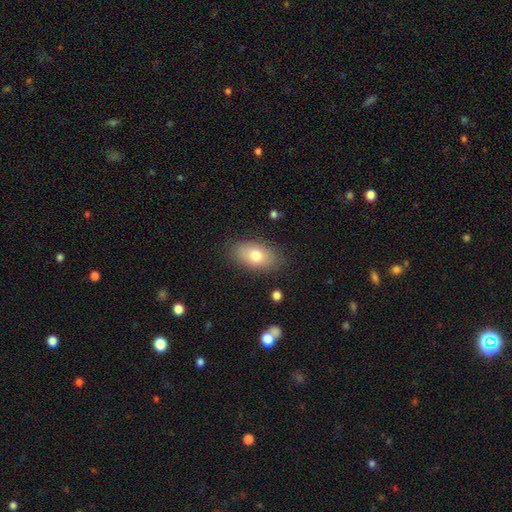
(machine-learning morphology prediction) Smooth or featured? Predicted: smooth (p=0.74). How rounded? Predicted: in between (p=0.91). Merging? Predicted: none (p=0.83).